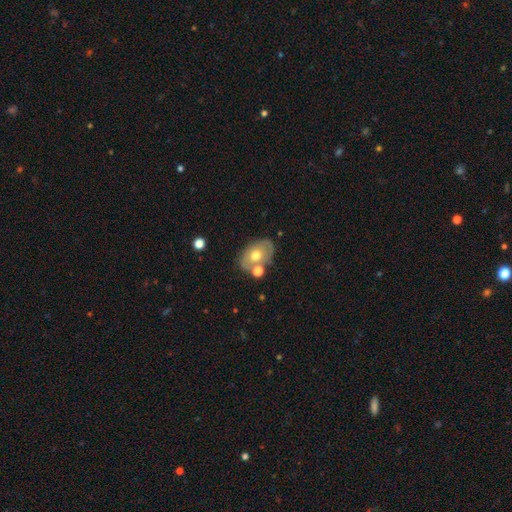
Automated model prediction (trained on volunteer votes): Smooth or featured: smooth — 51% (featured or disk — 41%)
How rounded: in between — 77% (round — 22%)
Merging: none — 63% (minor disturbance — 16%)